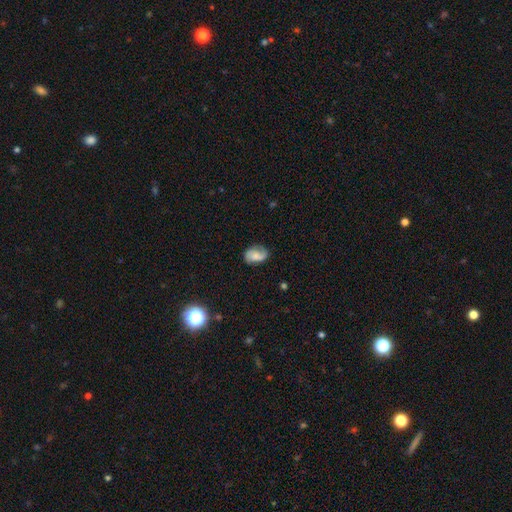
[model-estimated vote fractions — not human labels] Smooth or featured: smooth — 51% (featured or disk — 40%)
How rounded: in between — 78% (round — 20%)
Merging: none — 65% (minor disturbance — 26%)